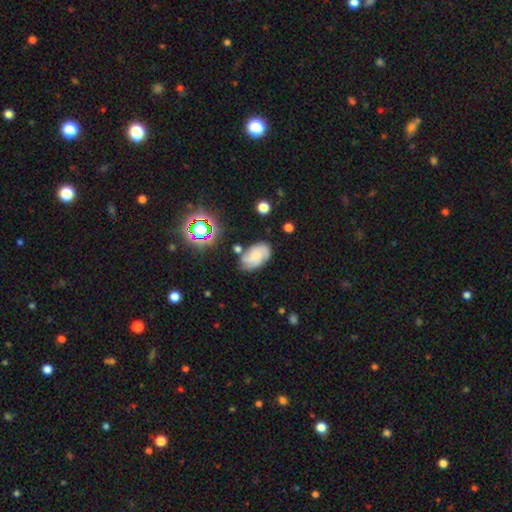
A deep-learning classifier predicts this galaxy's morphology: Overall: featured or disk (59%; smooth 30%). Edge-on disk: no (96%). Bar: no (69%). Spiral arms: yes (91%). Spiral arm count: 3 (36%; can't tell 25%). Spiral winding: tight (46%; medium 40%). Bulge size: small (56%; moderate 25%). Merging: none (65%).